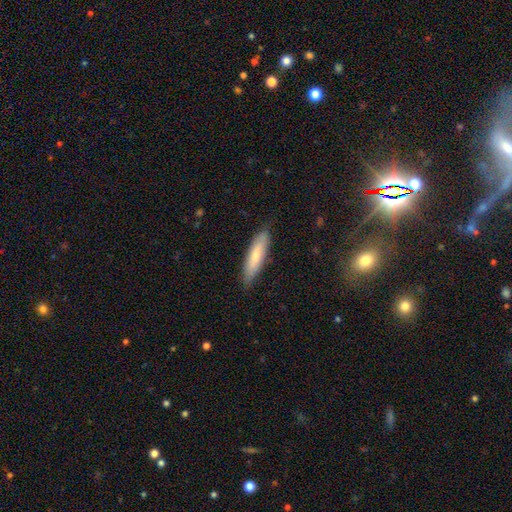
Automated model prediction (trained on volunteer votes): Smooth or featured: smooth — 73% (featured or disk — 21%)
How rounded: cigar-shaped — 72% (in between — 27%)
Merging: none — 83% (minor disturbance — 14%)